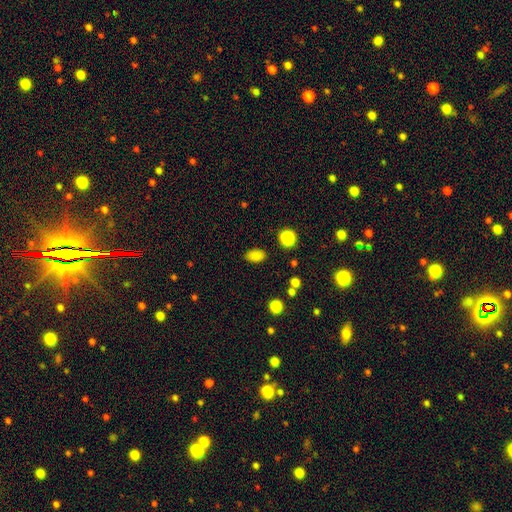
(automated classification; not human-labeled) This is clearly a smooth galaxy (83%). How rounded: clearly in between (88%). Merging: clearly none (86%).